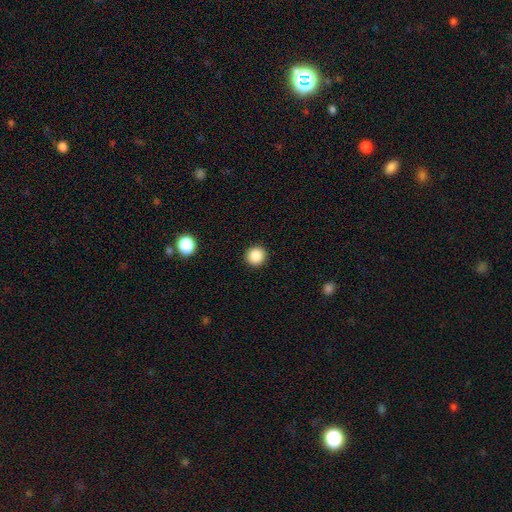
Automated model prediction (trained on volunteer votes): A smooth galaxy with no disk features (87%) that is round (94%). Merging: none (93%).